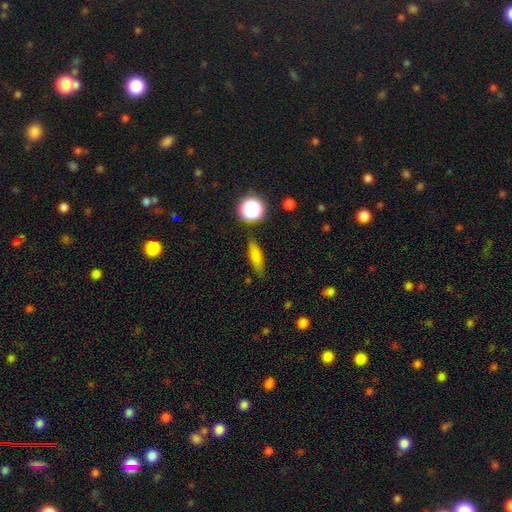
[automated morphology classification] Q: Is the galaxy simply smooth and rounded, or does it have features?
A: smooth — 76%.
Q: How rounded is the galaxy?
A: cigar-shaped — 47%.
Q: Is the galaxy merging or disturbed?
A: none — 80%.